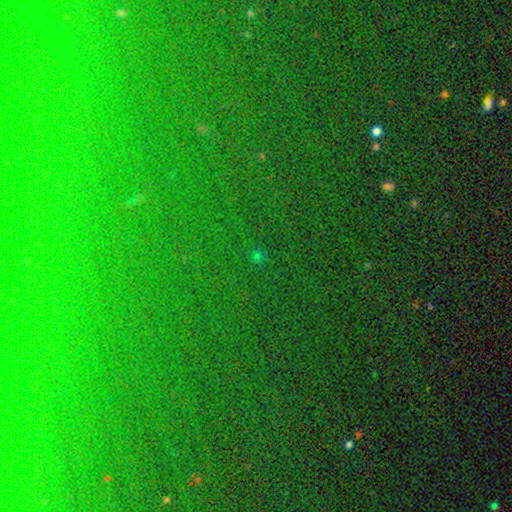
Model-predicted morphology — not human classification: type=star or artifact (76%).